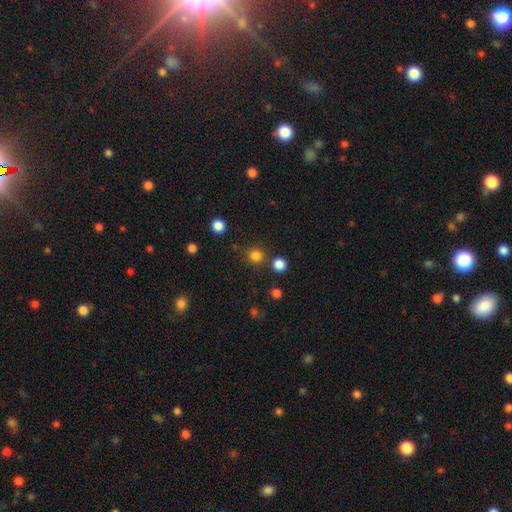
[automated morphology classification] This is clearly a smooth galaxy (81%). How rounded: clearly round (91%). Merging: clearly none (82%).